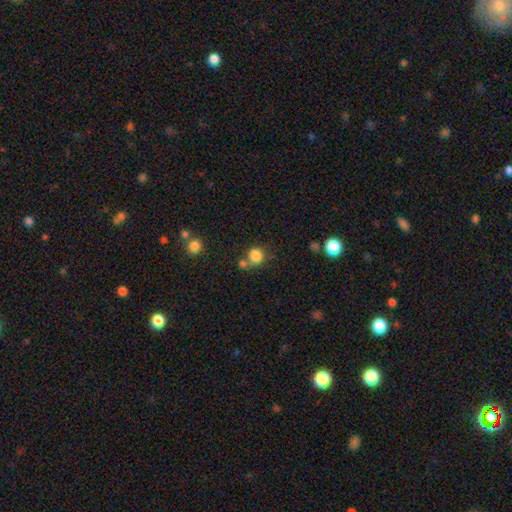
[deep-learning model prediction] Smooth or featured: smooth — 82% (star or artifact — 11%)
How rounded: round — 78% (in between — 21%)
Merging: none — 52% (merger — 29%)